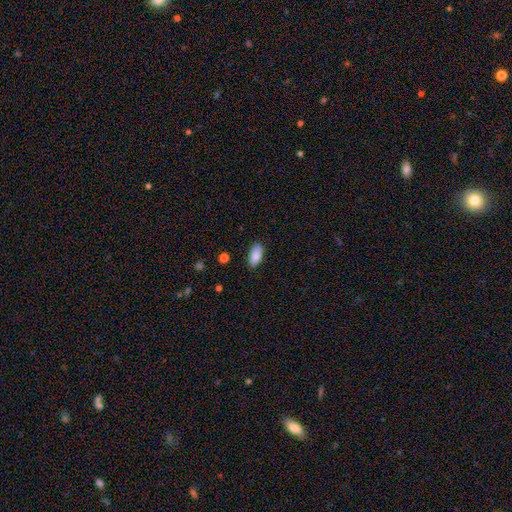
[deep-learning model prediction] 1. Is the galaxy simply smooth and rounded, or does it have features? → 87% smooth, 7% star or artifact, 7% featured or disk.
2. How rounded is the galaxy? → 92% in between, 6% cigar-shaped, 2% round.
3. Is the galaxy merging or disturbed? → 86% none, 11% minor disturbance, 2% major disturbance, 1% merger.